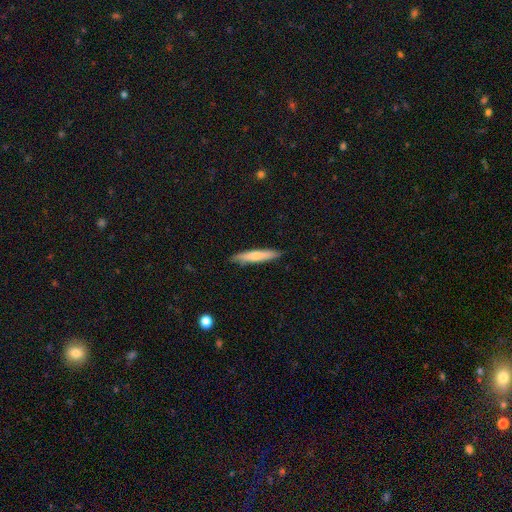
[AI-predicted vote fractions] The model was most divided on "smooth or featured": smooth: 67%, featured or disk: 27%, star or artifact: 5%. More confident: how rounded — cigar-shaped (89%); merging — none (85%).